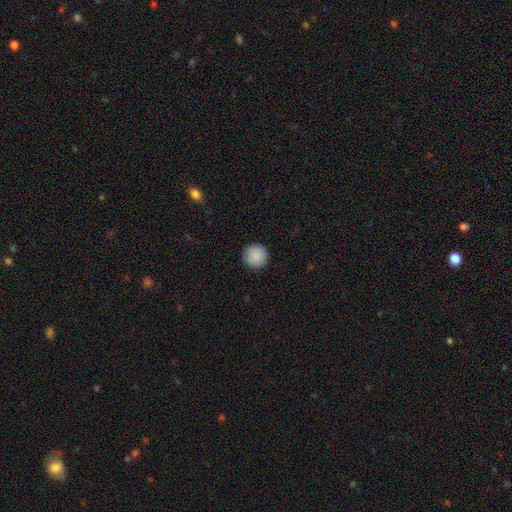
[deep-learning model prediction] Smooth or featured? Predicted: smooth (p=0.90). How rounded? Predicted: round (p=0.96). Merging? Predicted: none (p=0.92).